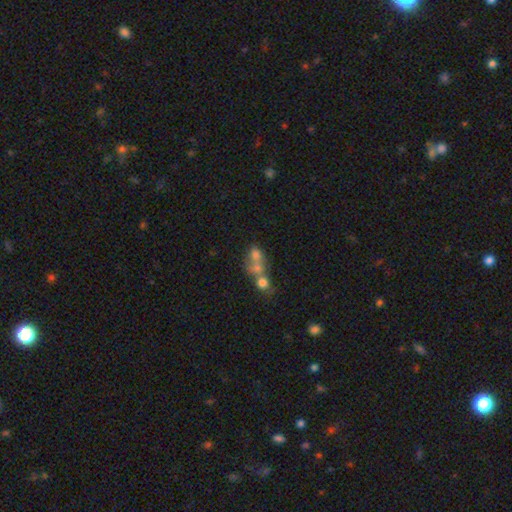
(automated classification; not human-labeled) smooth 62%, featured or disk 24%, star or artifact 15%. Down the decision tree: how rounded — round (53%); merging — merger (66%).